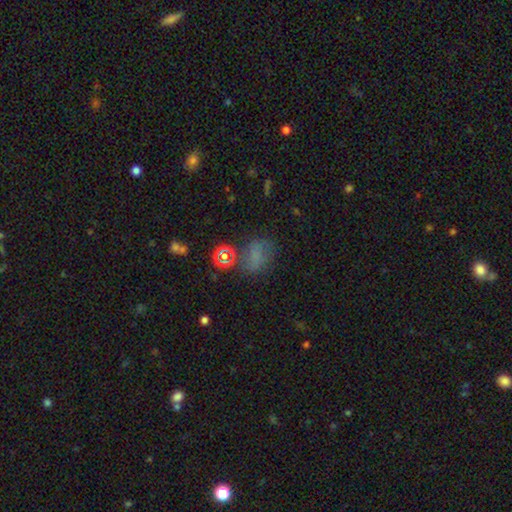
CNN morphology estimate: Smooth or featured? smooth (58%)
How rounded? in between (66%)
Merging? none (58%)